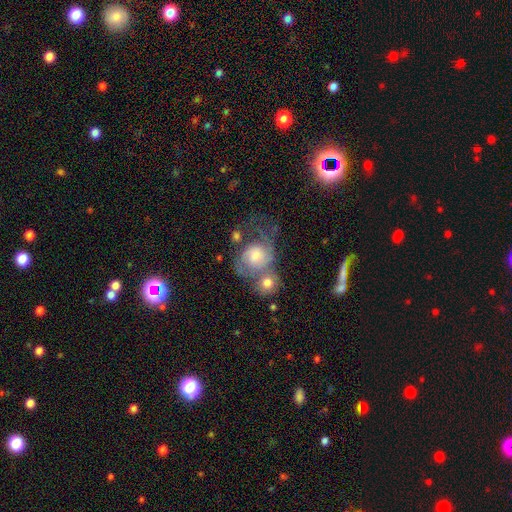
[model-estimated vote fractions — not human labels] smooth_or_featured: featured or disk (p=0.68) [alt: smooth p=0.22]
disk_edge_on: no (p=0.97) [alt: yes p=0.03]
bar: no (p=0.70) [alt: weak p=0.25]
has_spiral_arms: yes (p=0.88) [alt: no p=0.12]
spiral_winding: medium (p=0.44) [alt: tight p=0.31]
spiral_arm_count: 2 (p=0.59) [alt: can't tell p=0.20]
bulge_size: moderate (p=0.51) [alt: small p=0.30]
merging: merger (p=0.36) [alt: none p=0.28]